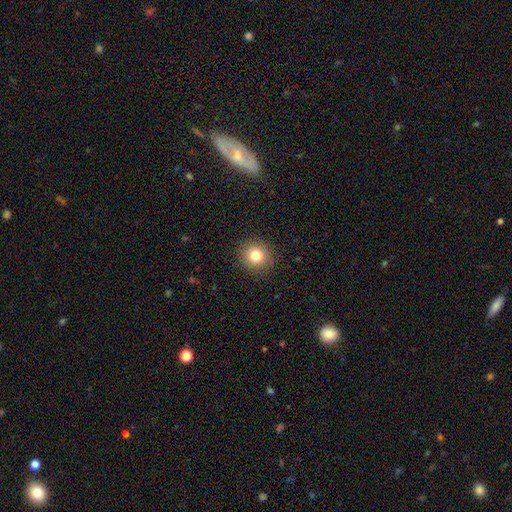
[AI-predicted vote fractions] Smooth or featured: smooth — 80% (star or artifact — 12%)
How rounded: round — 89% (in between — 10%)
Merging: none — 90% (minor disturbance — 6%)